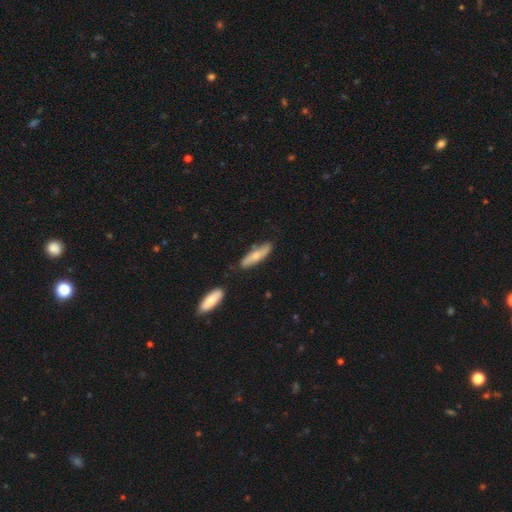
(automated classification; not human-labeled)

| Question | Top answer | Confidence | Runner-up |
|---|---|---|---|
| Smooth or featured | smooth | 62% | featured or disk (32%) |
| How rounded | cigar-shaped | 74% | in between (24%) |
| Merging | none | 75% | minor disturbance (16%) |